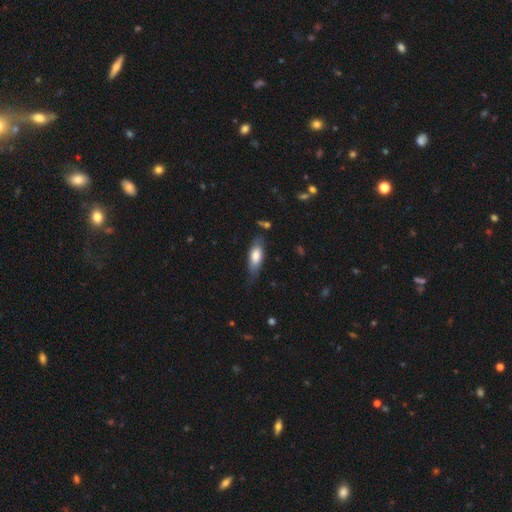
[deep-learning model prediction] smooth-or-featured: smooth: 72% | featured or disk: 22% | star or artifact: 6%
  how-rounded: in between: 69% | cigar-shaped: 29% | round: 2%
  merging: none: 64% | minor disturbance: 27% | major disturbance: 6% | merger: 3%